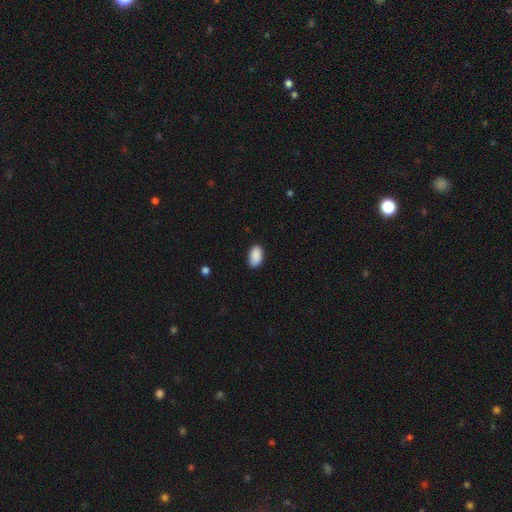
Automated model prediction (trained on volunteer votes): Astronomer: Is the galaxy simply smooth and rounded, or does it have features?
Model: smooth — 90%.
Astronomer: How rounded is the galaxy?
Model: in between — 94%.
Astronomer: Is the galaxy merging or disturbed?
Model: none — 85%.